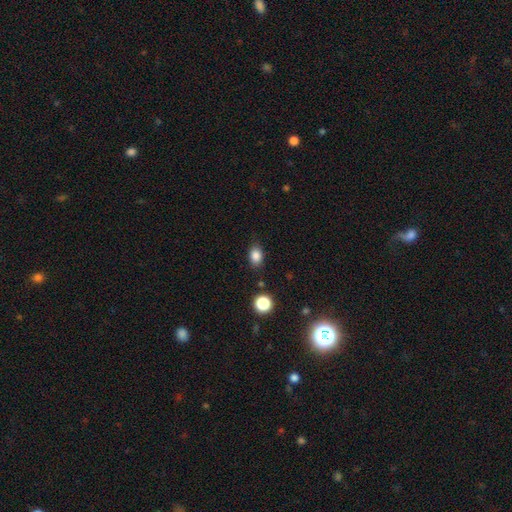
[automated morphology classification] type=smooth (84%); roundness=in between (70%); merging=none (81%).